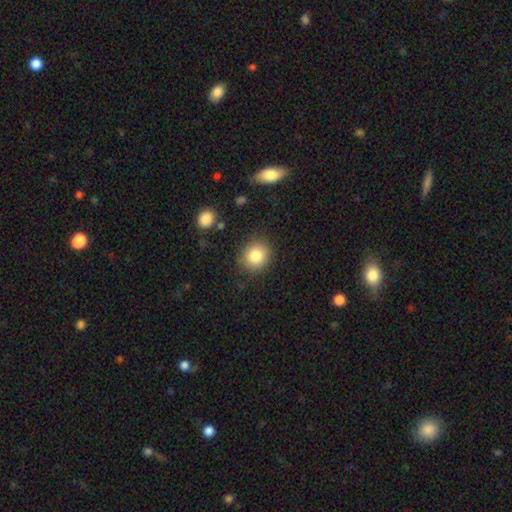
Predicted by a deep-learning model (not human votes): smooth 82%, star or artifact 10%, featured or disk 8%. Down the decision tree: how rounded — round (82%); merging — none (86%).